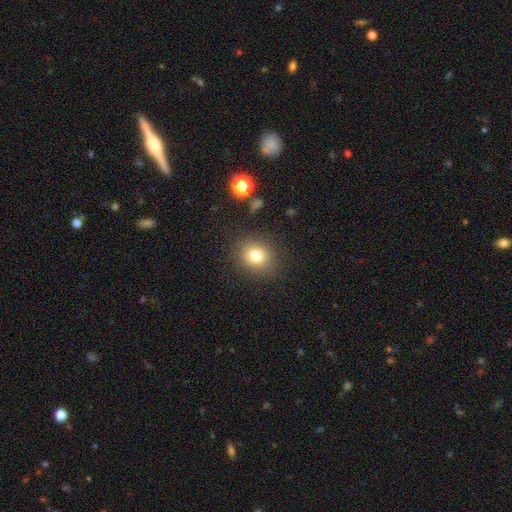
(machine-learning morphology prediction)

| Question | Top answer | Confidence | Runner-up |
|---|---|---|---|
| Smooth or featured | smooth | 80% | star or artifact (12%) |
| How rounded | round | 76% | in between (23%) |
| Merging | none | 86% | minor disturbance (9%) |